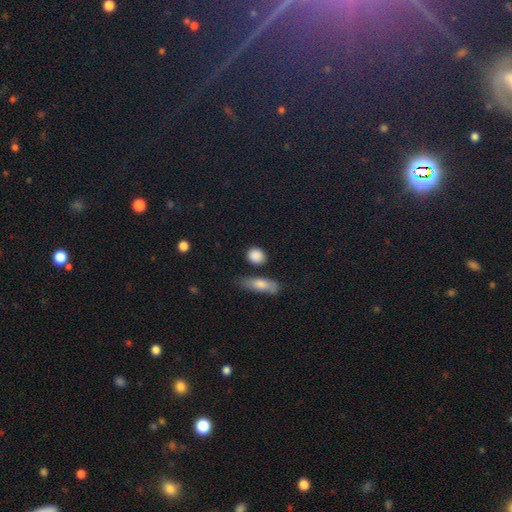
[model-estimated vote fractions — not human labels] smooth 87%, star or artifact 8%, featured or disk 5%. Down the decision tree: how rounded — round (65%); merging — none (77%).